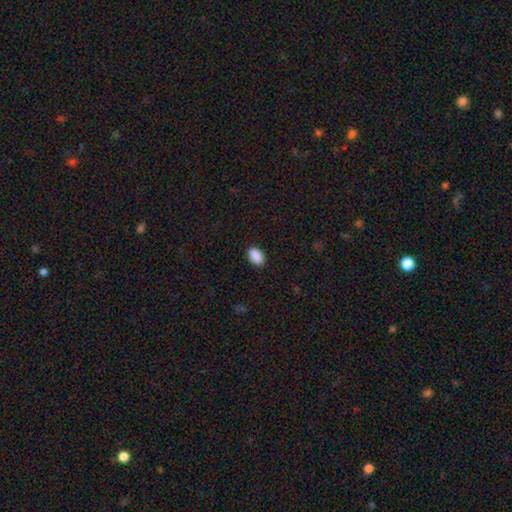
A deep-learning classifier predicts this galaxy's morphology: Smooth or featured: smooth — 90% (star or artifact — 8%)
How rounded: in between — 91% (round — 8%)
Merging: none — 89% (minor disturbance — 8%)